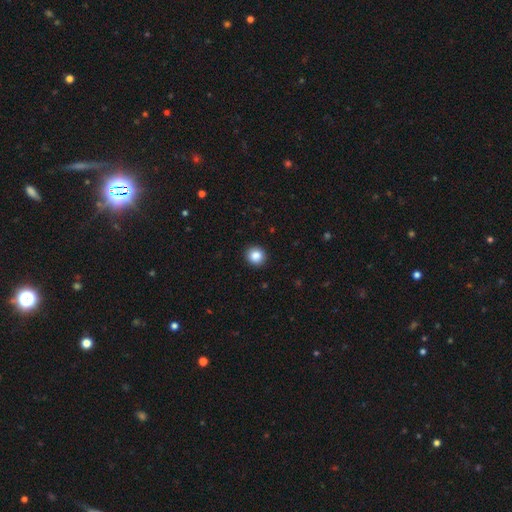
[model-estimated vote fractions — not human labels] Smooth or featured? smooth (87%)
How rounded? round (90%)
Merging? none (92%)